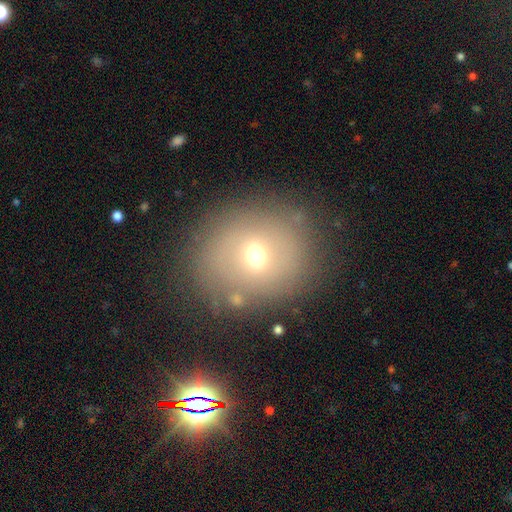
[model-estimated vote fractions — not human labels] A smooth galaxy with no disk features (60%) that is round (76%).

Vote fractions:
- Smooth or featured? smooth: 60% / featured or disk: 24% / star or artifact: 17%
- How rounded? round: 76% / in between: 23% / cigar-shaped: 1%
- Merging? none: 80% / minor disturbance: 11% / major disturbance: 6% / merger: 3%